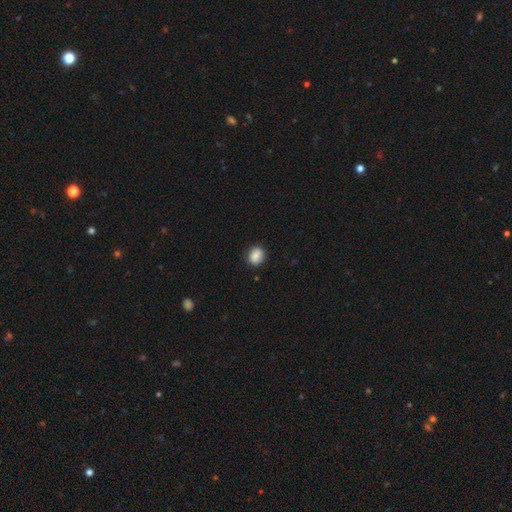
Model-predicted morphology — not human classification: This appears to be a smooth galaxy with no disk features (83%) that is round (66%). Merging: none (85%).